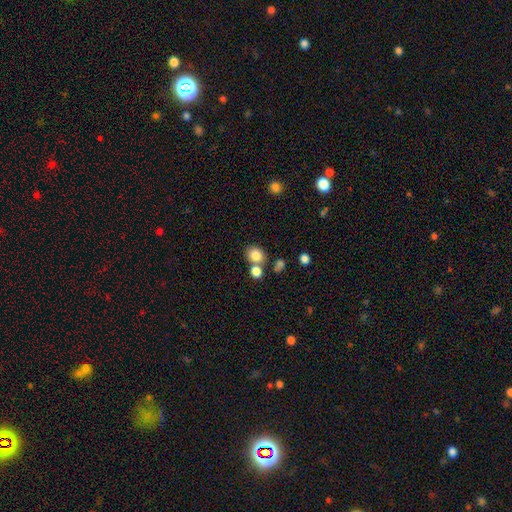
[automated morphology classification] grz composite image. It shows a smooth galaxy with no disk features (82%) that is round (61%). Merging: none (60%).